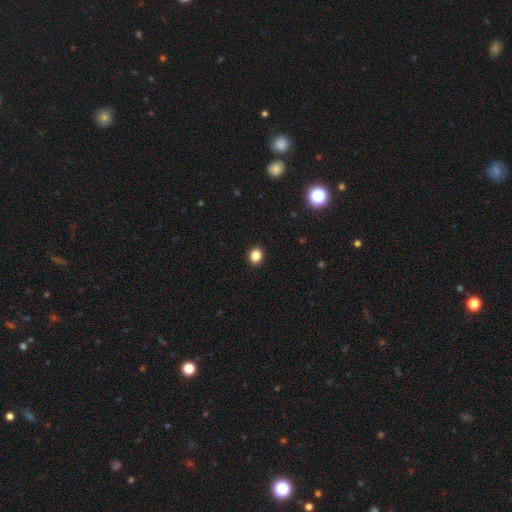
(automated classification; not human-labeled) Smooth or featured: smooth — 85% (star or artifact — 11%)
How rounded: round — 67% (in between — 32%)
Merging: none — 92% (minor disturbance — 5%)